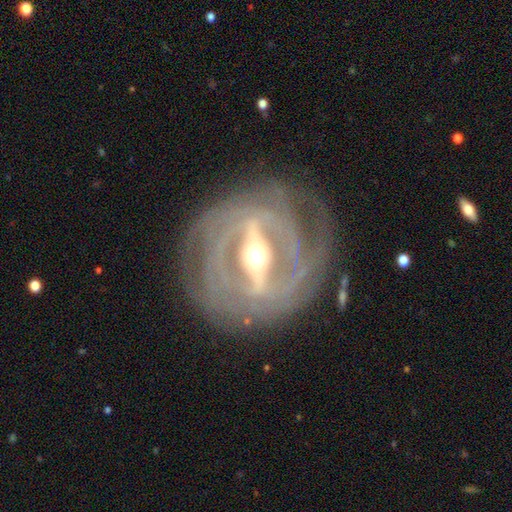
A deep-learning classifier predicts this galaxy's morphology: The model was most divided on "spiral arm count": can't tell: 36%, 2: 26%, 3: 13%, 4: 10%, more than 4: 8%, 1: 6%. More confident: smooth or featured — featured or disk (91%); edge-on disk — no (86%); bar — strong (83%); spiral arms — yes (81%); merging — none (77%); spiral winding — tight (73%); bulge size — moderate (66%).